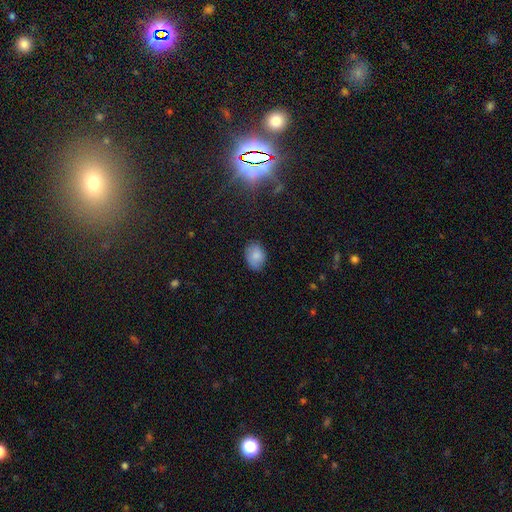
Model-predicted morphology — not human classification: Overall: smooth (84%). How rounded: in between (70%). Merging: none (78%).